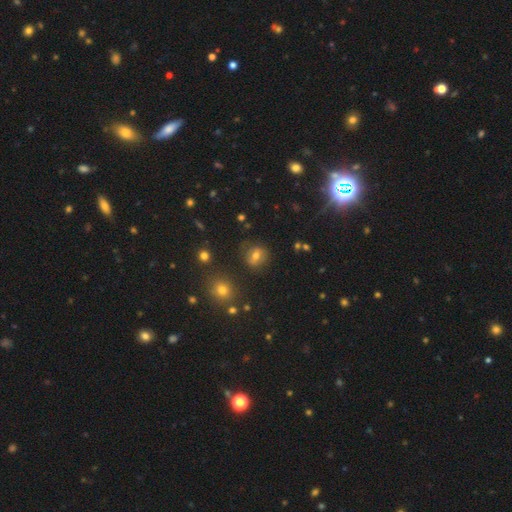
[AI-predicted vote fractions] This is likely a smooth galaxy (66%). How rounded: likely round (69%). Merging: likely none (75%).